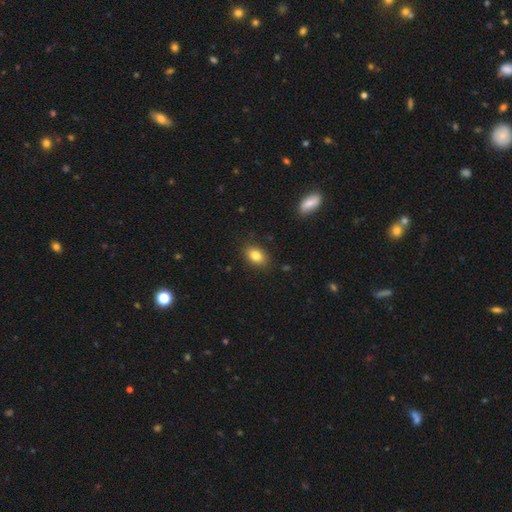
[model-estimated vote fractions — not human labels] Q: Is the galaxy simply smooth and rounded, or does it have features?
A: smooth — 83%.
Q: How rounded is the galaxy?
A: in between — 82%.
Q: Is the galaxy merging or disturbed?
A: none — 85%.